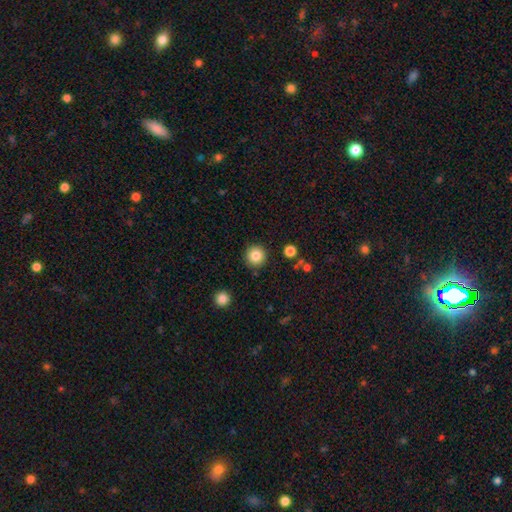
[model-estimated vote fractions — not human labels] smooth 83%, star or artifact 10%, featured or disk 7%. Down the decision tree: how rounded — round (95%); merging — none (90%).